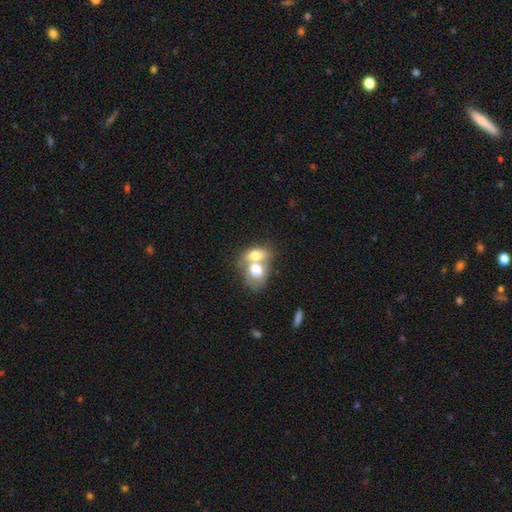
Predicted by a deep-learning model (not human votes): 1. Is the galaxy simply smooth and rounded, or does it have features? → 67% smooth, 26% featured or disk, 7% star or artifact.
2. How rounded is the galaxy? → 67% in between, 31% round, 1% cigar-shaped.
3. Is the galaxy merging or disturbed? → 76% merger, 14% none, 6% minor disturbance, 4% major disturbance.